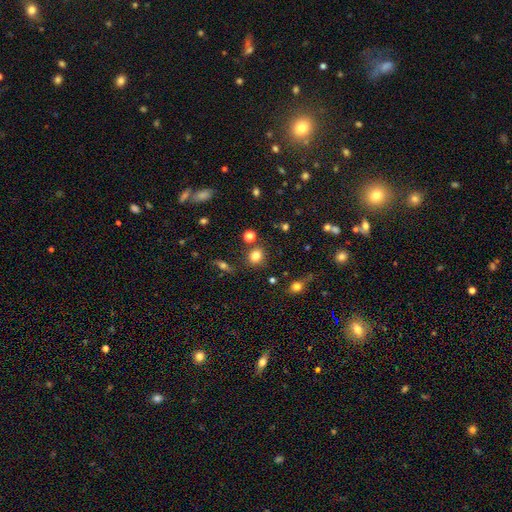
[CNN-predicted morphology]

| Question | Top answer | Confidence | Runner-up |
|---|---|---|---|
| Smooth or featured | smooth | 81% | star or artifact (13%) |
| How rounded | round | 72% | in between (27%) |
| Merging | none | 81% | minor disturbance (10%) |